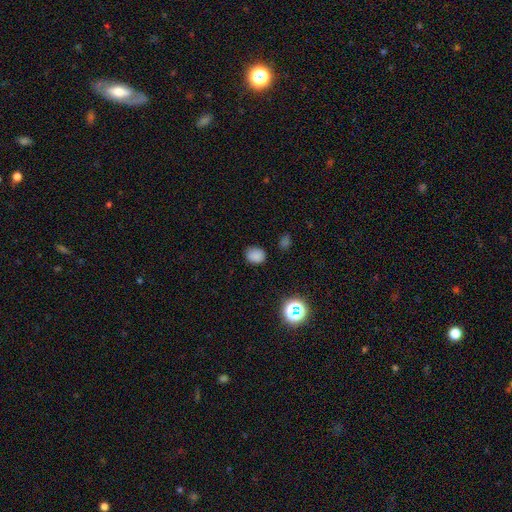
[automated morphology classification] This appears to be a smooth galaxy with no disk features (81%) that is round (50%). Merging: none (82%).